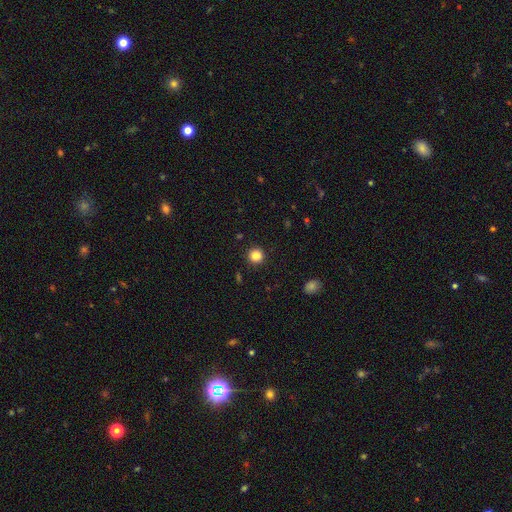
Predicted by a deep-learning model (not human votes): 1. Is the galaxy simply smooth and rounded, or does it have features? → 85% smooth, 11% star or artifact, 4% featured or disk.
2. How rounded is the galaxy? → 94% round, 5% in between, 1% cigar-shaped.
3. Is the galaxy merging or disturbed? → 91% none, 6% minor disturbance, 2% major disturbance, 1% merger.